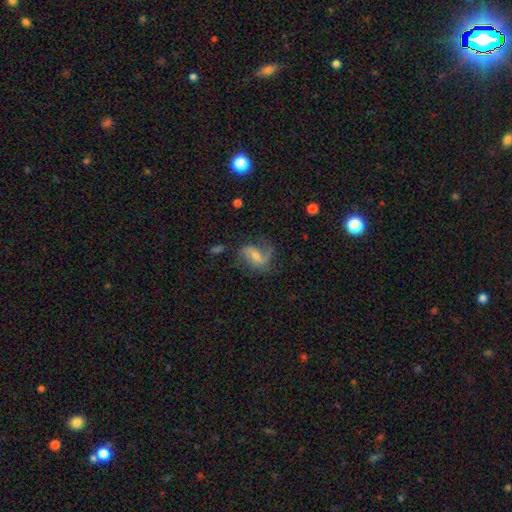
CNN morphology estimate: type=featured or disk (79%); edge-on=no (97%); bar=weak (43%); spiral arms=yes (94%); winding=loose (49%); arm count=2 (78%); bulge=small (53%); merging=none (63%).